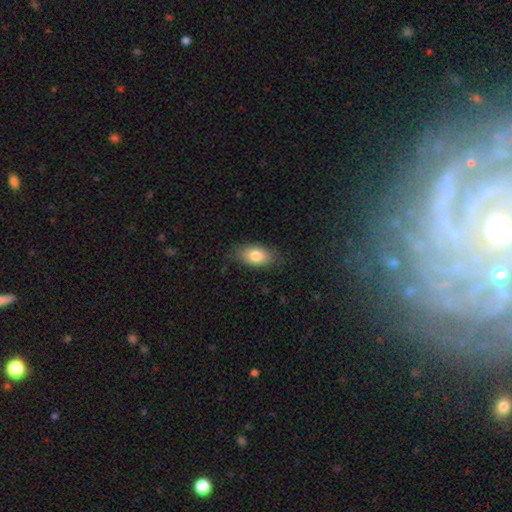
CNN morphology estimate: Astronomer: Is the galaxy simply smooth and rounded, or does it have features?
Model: smooth — 80%.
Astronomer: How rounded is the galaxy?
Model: in between — 89%.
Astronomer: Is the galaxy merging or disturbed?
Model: none — 77%.